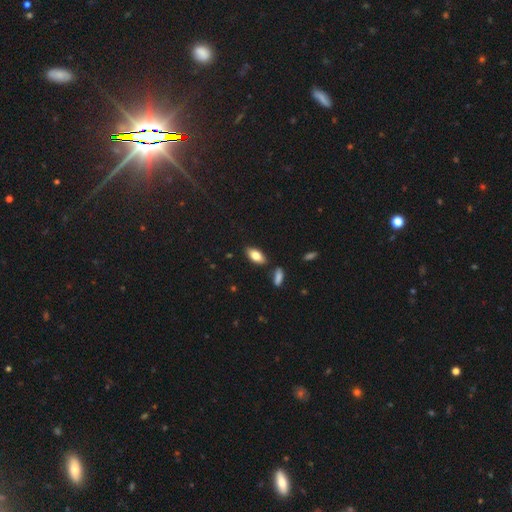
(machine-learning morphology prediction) Q: Smooth or featured?
A: smooth (79%); runner-up: featured or disk (14%)
Q: How rounded?
A: in between (88%); runner-up: cigar-shaped (9%)
Q: Merging?
A: none (82%); runner-up: minor disturbance (11%)